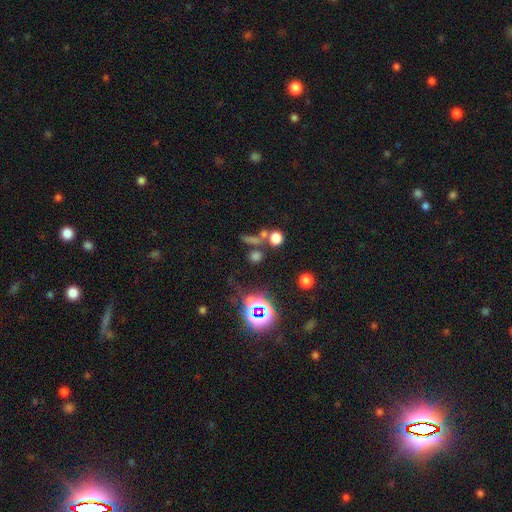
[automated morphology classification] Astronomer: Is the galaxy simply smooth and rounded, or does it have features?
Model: smooth — 53% (runner-up: star or artifact, 37%).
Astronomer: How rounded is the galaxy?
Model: round — 70%.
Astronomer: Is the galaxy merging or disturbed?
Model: none — 62%.